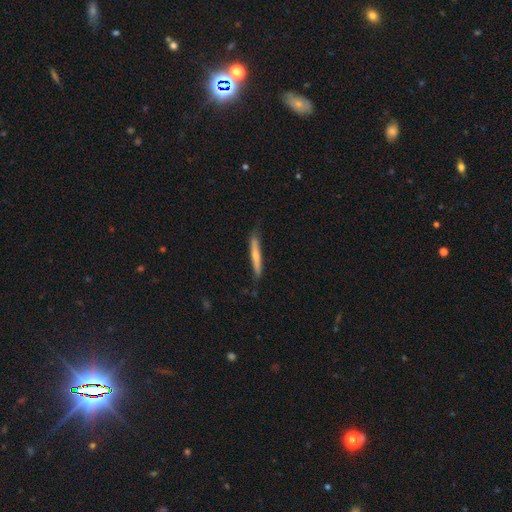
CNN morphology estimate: Smooth or featured: smooth — 55% (featured or disk — 40%)
How rounded: cigar-shaped — 95% (in between — 4%)
Merging: none — 78% (minor disturbance — 18%)